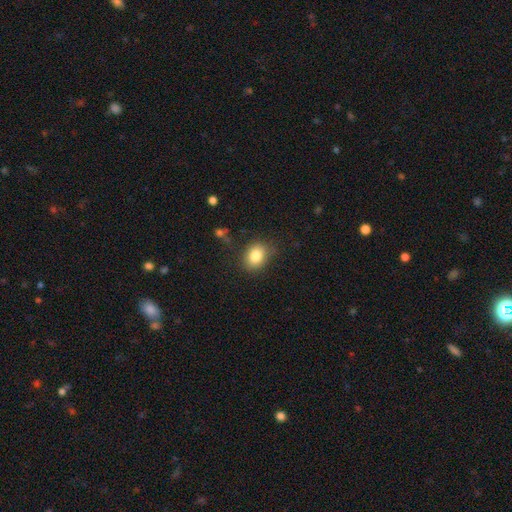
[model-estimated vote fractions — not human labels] Smooth or featured? smooth (83%)
How rounded? in between (58%)
Merging? none (81%)